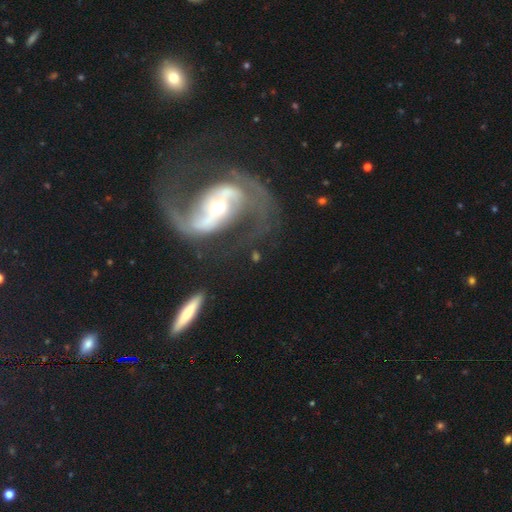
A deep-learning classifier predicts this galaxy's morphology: featured or disk 82%, smooth 12%, star or artifact 7%. Down the decision tree: edge-on disk — no (93%); bar — strong (41%); spiral arms — yes (91%); spiral arm count — 2 (90%); spiral winding — loose (46%); bulge size — moderate (62%); merging — none (60%).